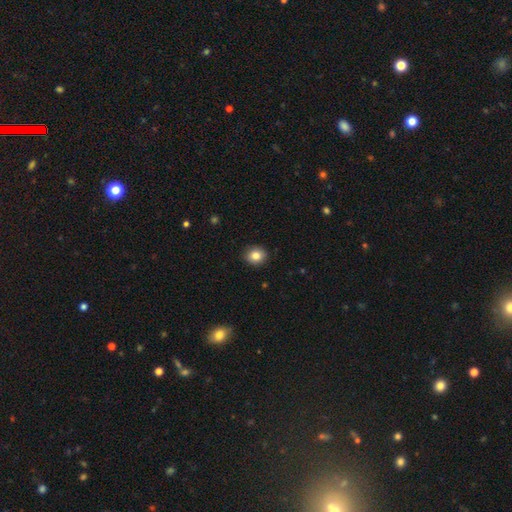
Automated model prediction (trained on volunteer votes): Smooth or featured: smooth — 84% (star or artifact — 9%)
How rounded: round — 71% (in between — 29%)
Merging: none — 90% (minor disturbance — 7%)